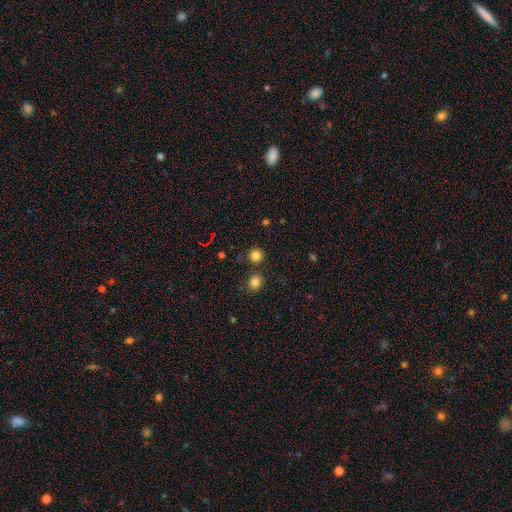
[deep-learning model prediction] smooth-or-featured: smooth: 83% | star or artifact: 13% | featured or disk: 4%
  how-rounded: round: 90% | in between: 9% | cigar-shaped: 1%
  merging: none: 80% | merger: 9% | minor disturbance: 8% | major disturbance: 3%